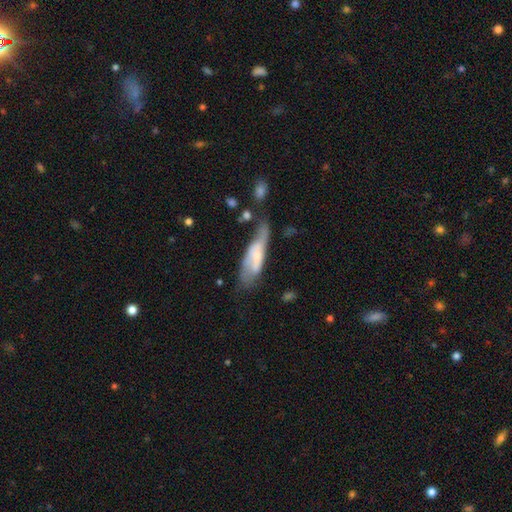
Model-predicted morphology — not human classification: This is possibly a featured or disk galaxy (47%). Merging: marginally none (33%).